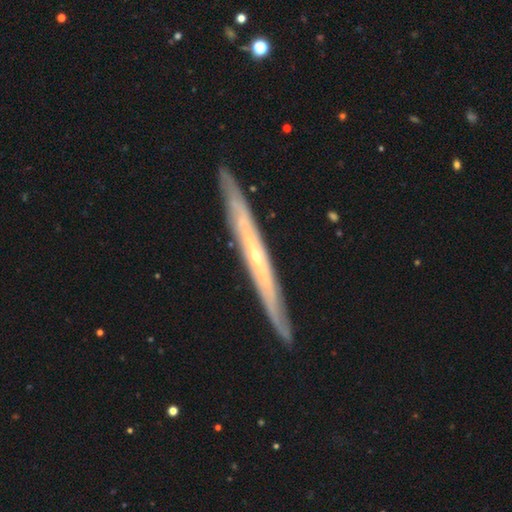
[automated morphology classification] type=featured or disk (78%); edge-on=yes (88%); edge-on bulge=none (57%); merging=none (88%).